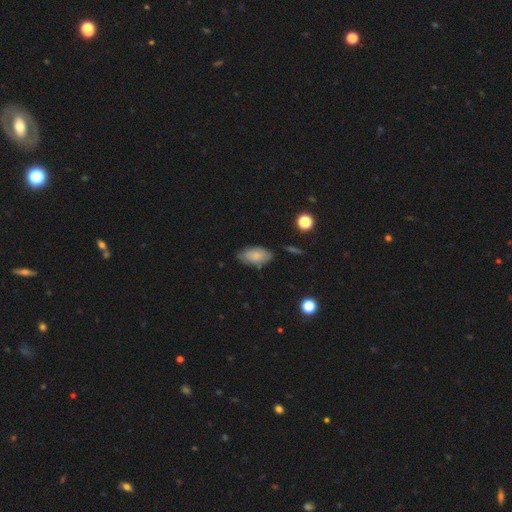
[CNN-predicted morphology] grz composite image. It shows a smooth galaxy with no disk features (74%) that is in between round and cigar-shaped (93%). Merging: none (72%).